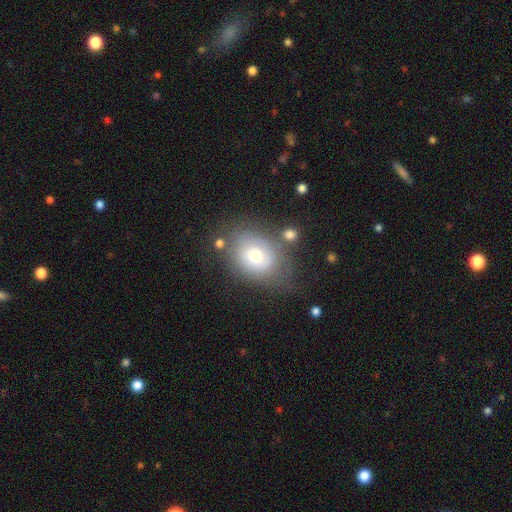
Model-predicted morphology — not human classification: This is possibly a smooth galaxy (59%). How rounded: likely in between (61%). Merging: likely none (62%).